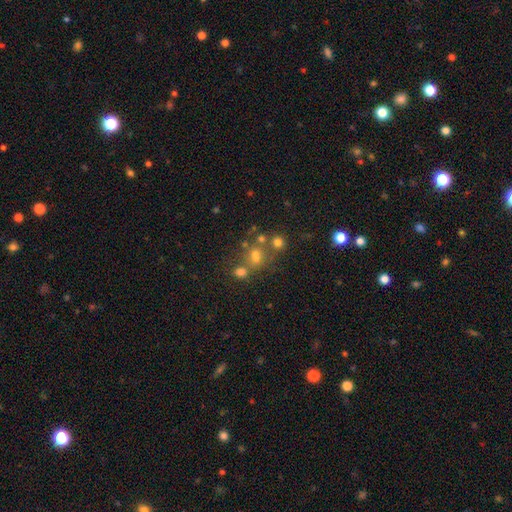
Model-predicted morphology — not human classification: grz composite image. It shows a smooth galaxy with no disk features (50%) that is round (67%). Merging: none (49%).